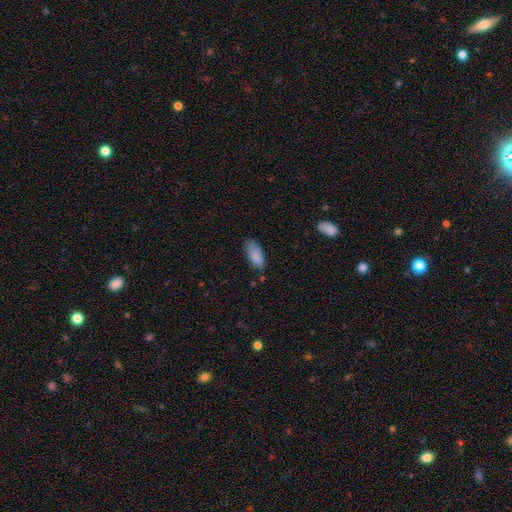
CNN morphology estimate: Smooth or featured? smooth (86%)
How rounded? in between (90%)
Merging? none (66%)